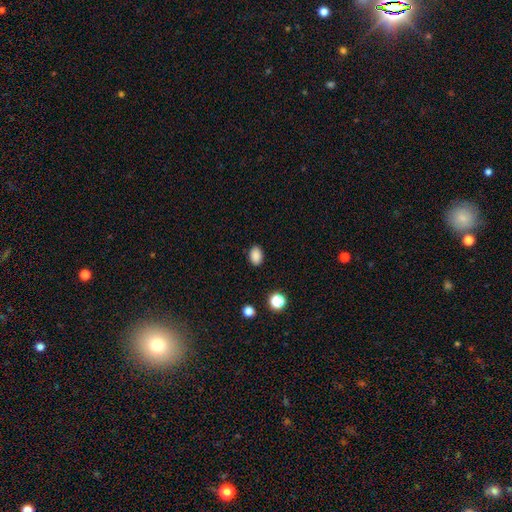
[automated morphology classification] Smooth or featured? Predicted: smooth (p=0.87). How rounded? Predicted: in between (p=0.83). Merging? Predicted: none (p=0.89).